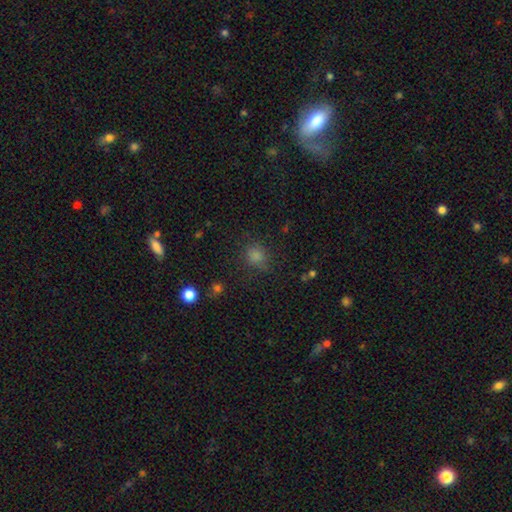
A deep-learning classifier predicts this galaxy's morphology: The model was most divided on "smooth or featured": smooth: 73%, star or artifact: 22%, featured or disk: 6%. More confident: merging — none (81%); how rounded — round (79%).